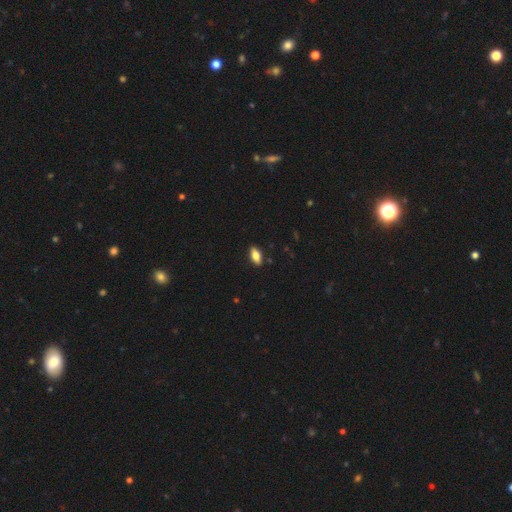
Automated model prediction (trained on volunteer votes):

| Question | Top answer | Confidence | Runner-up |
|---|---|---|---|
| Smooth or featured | smooth | 78% | featured or disk (15%) |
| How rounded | in between | 87% | cigar-shaped (10%) |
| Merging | none | 88% | minor disturbance (9%) |